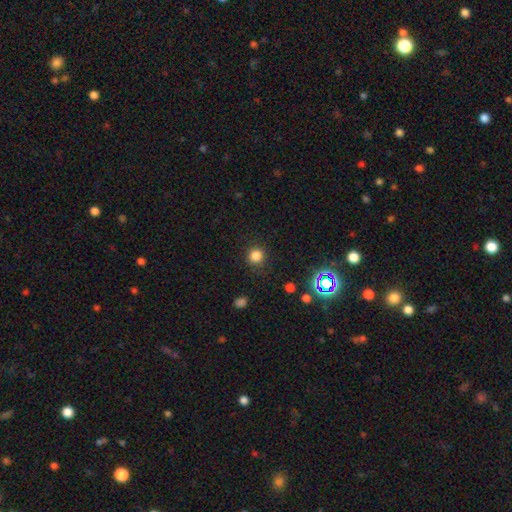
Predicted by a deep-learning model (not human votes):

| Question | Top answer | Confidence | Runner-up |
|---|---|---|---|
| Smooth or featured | smooth | 80% | star or artifact (15%) |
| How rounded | round | 90% | in between (9%) |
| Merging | none | 86% | minor disturbance (9%) |